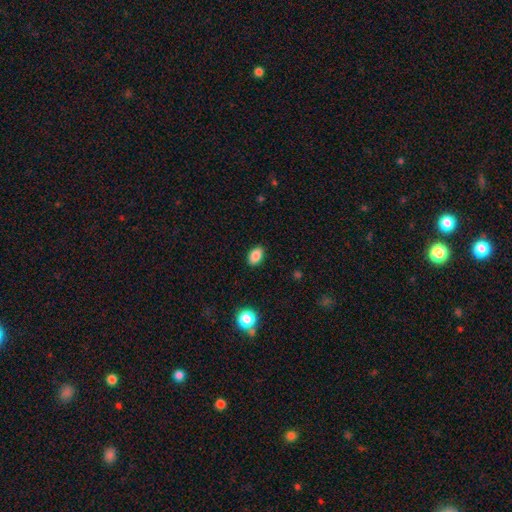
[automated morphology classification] The model was most divided on "smooth or featured": smooth: 86%, star or artifact: 9%, featured or disk: 5%. More confident: how rounded — in between (88%); merging — none (88%).